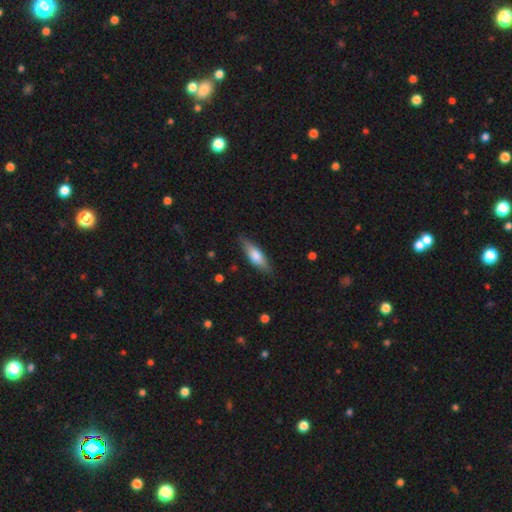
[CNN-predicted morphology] This is likely a smooth galaxy (64%). How rounded: possibly cigar-shaped (50%). Merging: clearly none (82%).